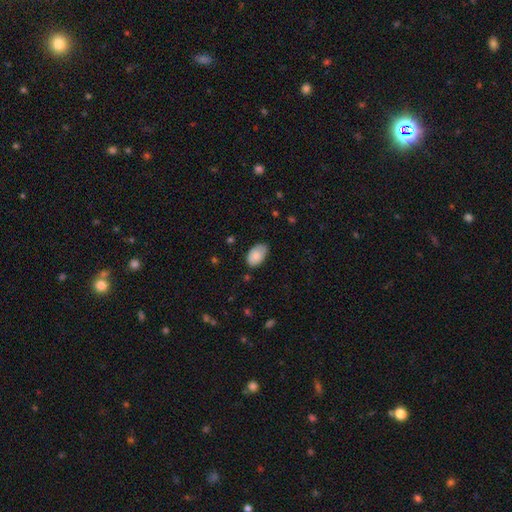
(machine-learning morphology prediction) The model was most divided on "merging": none: 68%, minor disturbance: 26%, major disturbance: 4%, merger: 2%. More confident: how rounded — in between (93%); smooth or featured — smooth (81%).